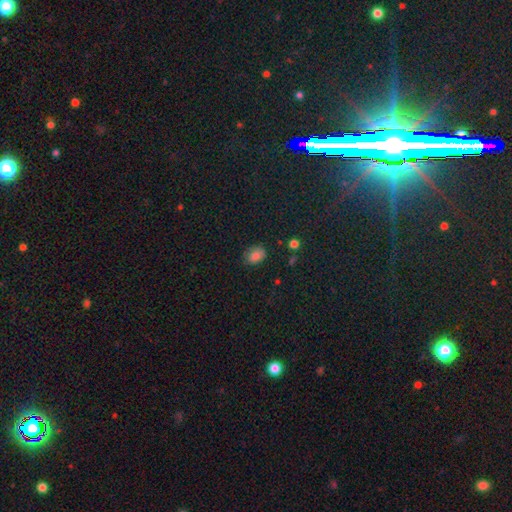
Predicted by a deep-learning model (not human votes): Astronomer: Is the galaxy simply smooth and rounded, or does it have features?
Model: smooth — 82%.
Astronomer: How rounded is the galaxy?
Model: in between — 72%.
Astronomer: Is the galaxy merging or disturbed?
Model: none — 72%.